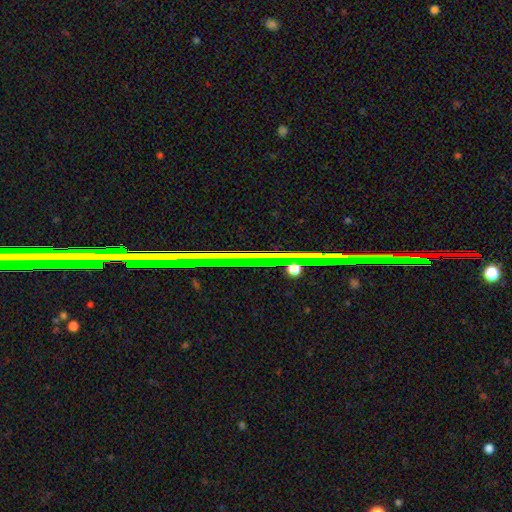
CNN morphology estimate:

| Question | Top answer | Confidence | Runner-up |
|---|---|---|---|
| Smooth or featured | star or artifact | 78% | featured or disk (13%) |